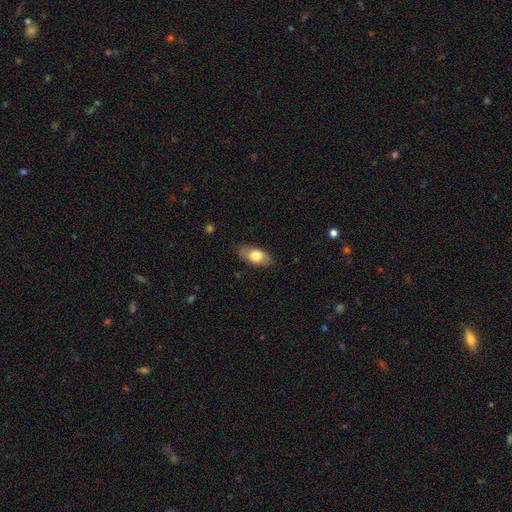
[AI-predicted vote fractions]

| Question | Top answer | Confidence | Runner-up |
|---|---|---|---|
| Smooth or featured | smooth | 72% | featured or disk (22%) |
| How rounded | in between | 86% | cigar-shaped (9%) |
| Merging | none | 81% | minor disturbance (15%) |